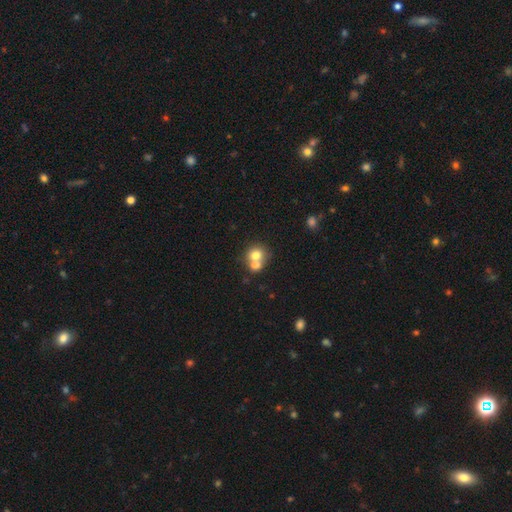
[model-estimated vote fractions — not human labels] smooth 72%, featured or disk 18%, star or artifact 11%. Down the decision tree: how rounded — round (80%); merging — merger (55%).